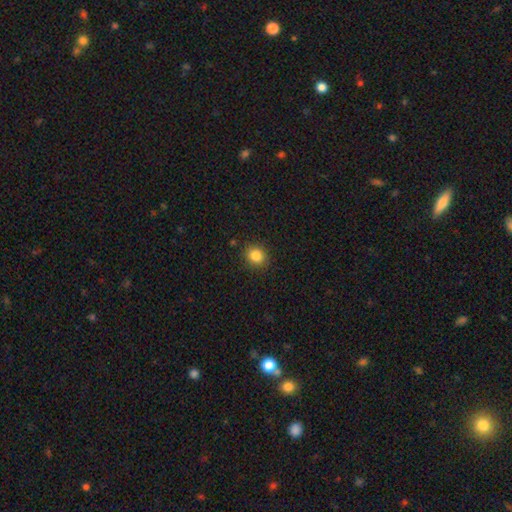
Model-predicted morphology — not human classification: smooth_or_featured: smooth (p=0.84) [alt: star or artifact p=0.11]
how_rounded: round (p=0.81) [alt: in between p=0.18]
merging: none (p=0.89) [alt: minor disturbance p=0.07]